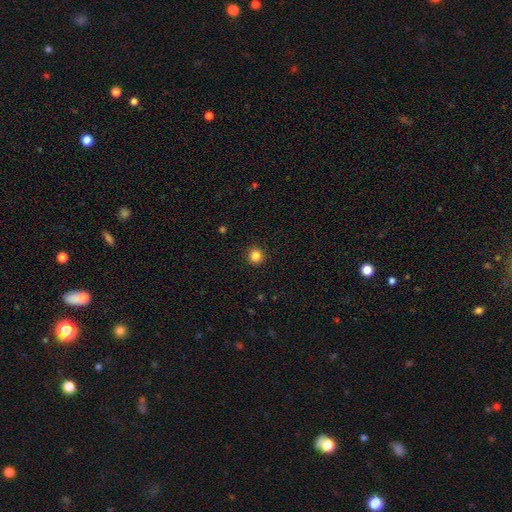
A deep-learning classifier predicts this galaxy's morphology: Smooth or featured? Predicted: smooth (p=0.84). How rounded? Predicted: round (p=0.95). Merging? Predicted: none (p=0.93).